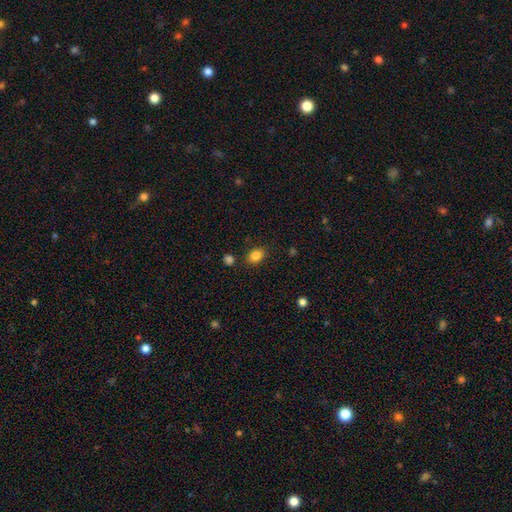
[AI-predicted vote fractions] smooth-or-featured: smooth: 84% | star or artifact: 11% | featured or disk: 5%
  how-rounded: in between: 63% | round: 36% | cigar-shaped: 1%
  merging: none: 81% | minor disturbance: 11% | merger: 4% | major disturbance: 3%